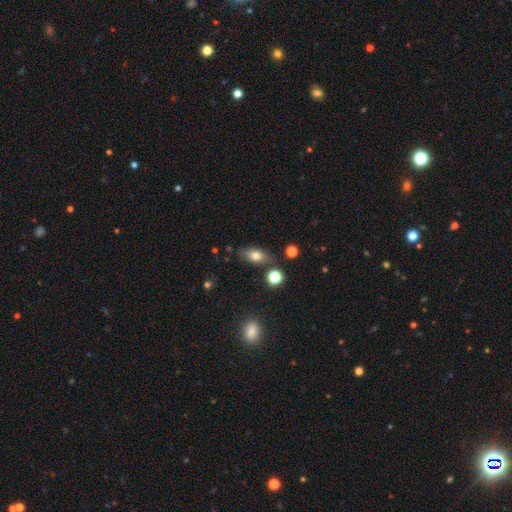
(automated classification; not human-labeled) smooth_or_featured: smooth (p=0.74) [alt: featured or disk p=0.16]
how_rounded: in between (p=0.80) [alt: round p=0.12]
merging: none (p=0.77) [alt: minor disturbance p=0.14]